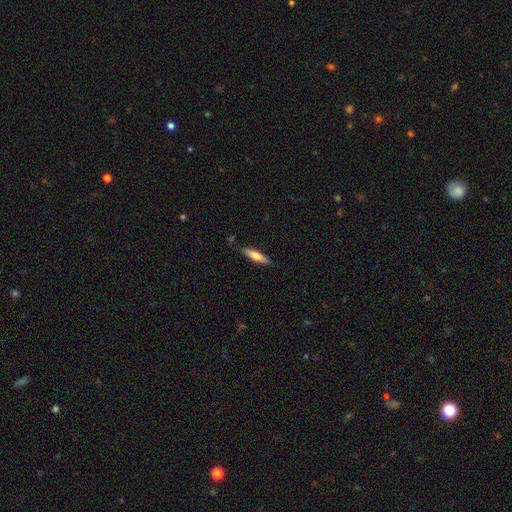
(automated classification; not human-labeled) This appears to be a smooth galaxy with no disk features (59%) that is cigar-shaped (78%). Merging: none (85%).